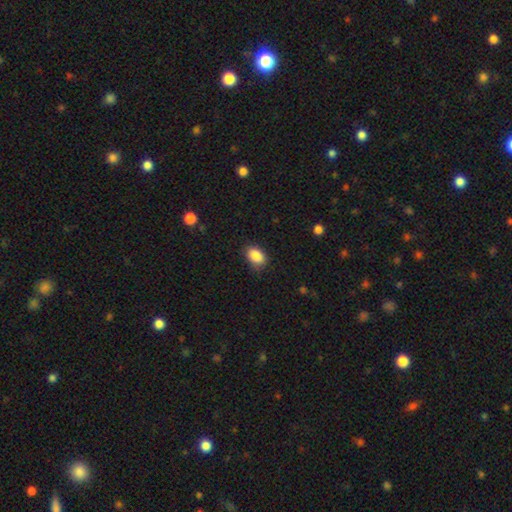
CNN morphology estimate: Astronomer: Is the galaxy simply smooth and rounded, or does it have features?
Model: smooth — 88%.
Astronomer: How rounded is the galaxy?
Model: in between — 85%.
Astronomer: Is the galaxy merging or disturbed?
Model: none — 79%.